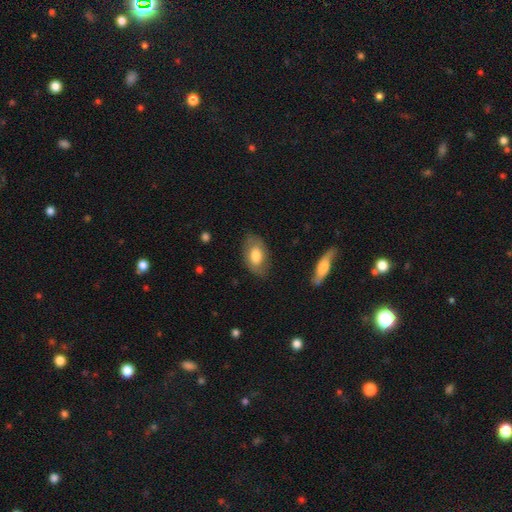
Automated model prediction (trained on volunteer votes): This appears to be a smooth galaxy with no disk features (66%) that is in between round and cigar-shaped (91%). Merging: none (78%).